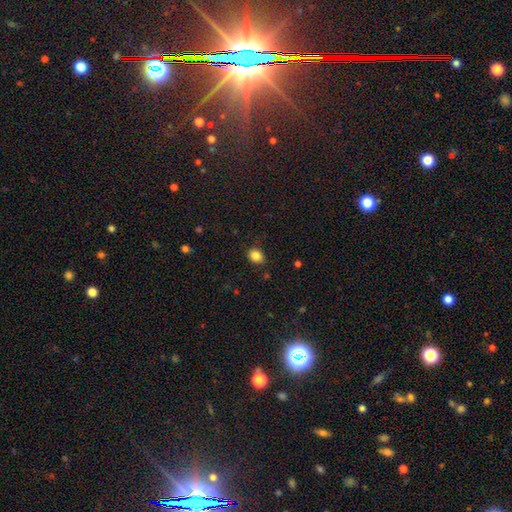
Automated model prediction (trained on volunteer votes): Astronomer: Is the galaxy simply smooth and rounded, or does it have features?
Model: smooth — 85%.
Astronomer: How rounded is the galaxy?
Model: in between — 56% (runner-up: round, 43%).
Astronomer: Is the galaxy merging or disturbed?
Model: none — 85%.